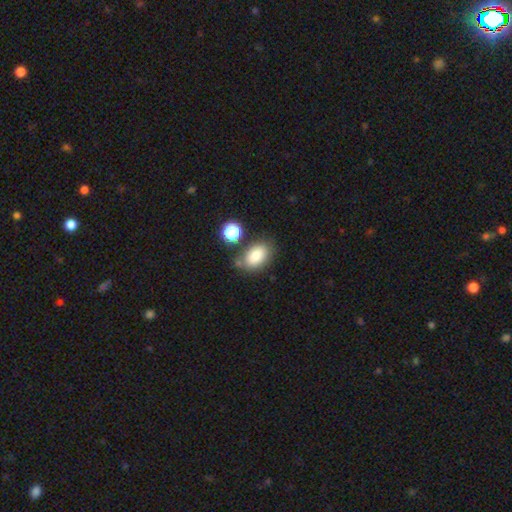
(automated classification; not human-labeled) Smooth or featured: smooth — 83% (star or artifact — 10%)
How rounded: in between — 86% (round — 12%)
Merging: none — 68% (minor disturbance — 16%)